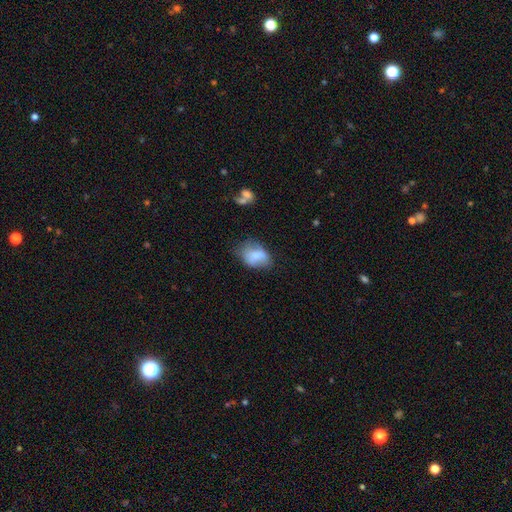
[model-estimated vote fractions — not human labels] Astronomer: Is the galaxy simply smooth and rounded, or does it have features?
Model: smooth — 73%.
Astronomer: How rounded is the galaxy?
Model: in between — 78%.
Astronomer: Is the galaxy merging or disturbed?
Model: none — 42% (runner-up: minor disturbance, 36%).